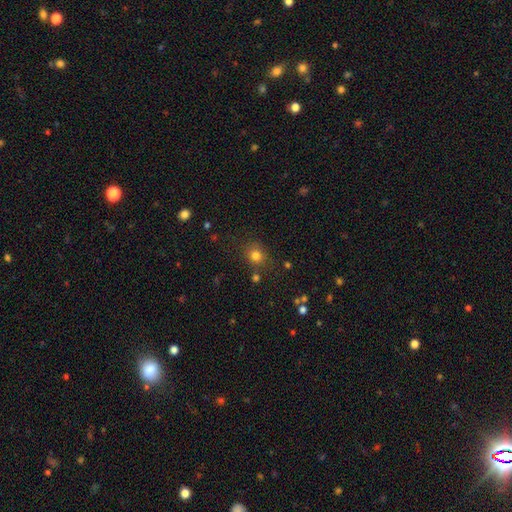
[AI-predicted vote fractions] smooth_or_featured: smooth (p=0.78) [alt: star or artifact p=0.15]
how_rounded: round (p=0.79) [alt: in between p=0.20]
merging: none (p=0.79) [alt: minor disturbance p=0.12]